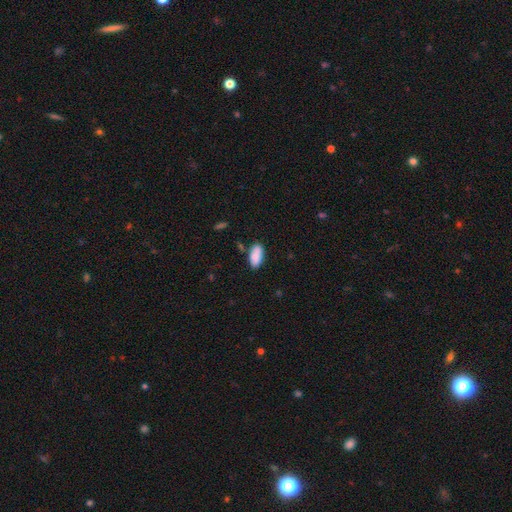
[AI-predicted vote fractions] The model was most divided on "merging": none: 75%, minor disturbance: 16%, merger: 6%, major disturbance: 3%. More confident: how rounded — in between (91%); smooth or featured — smooth (85%).